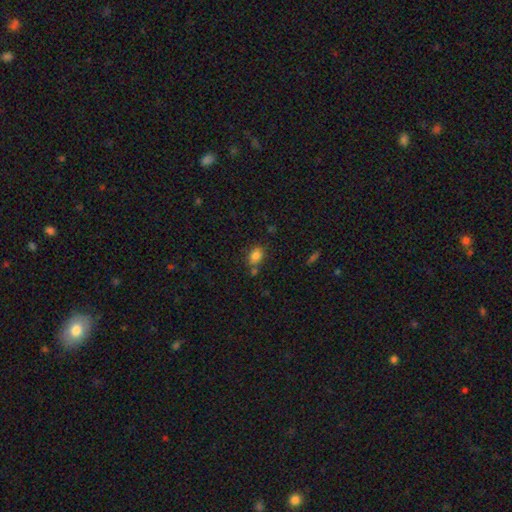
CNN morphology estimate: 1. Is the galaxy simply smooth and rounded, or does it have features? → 82% smooth, 11% star or artifact, 7% featured or disk.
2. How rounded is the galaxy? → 66% in between, 33% round, 2% cigar-shaped.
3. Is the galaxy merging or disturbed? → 66% none, 16% minor disturbance, 13% merger, 5% major disturbance.